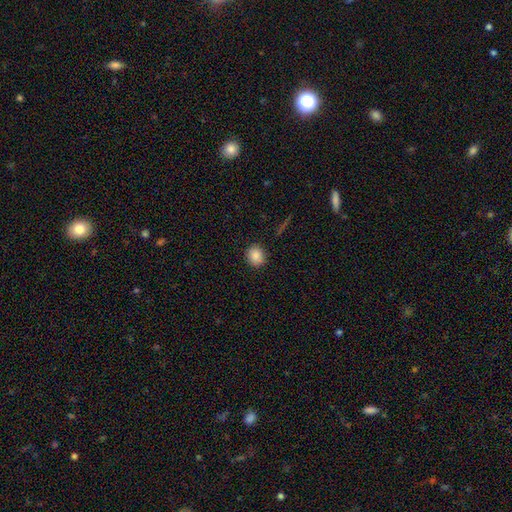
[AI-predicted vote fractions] A smooth galaxy with no disk features (86%) that is round (76%). Merging: none (88%).